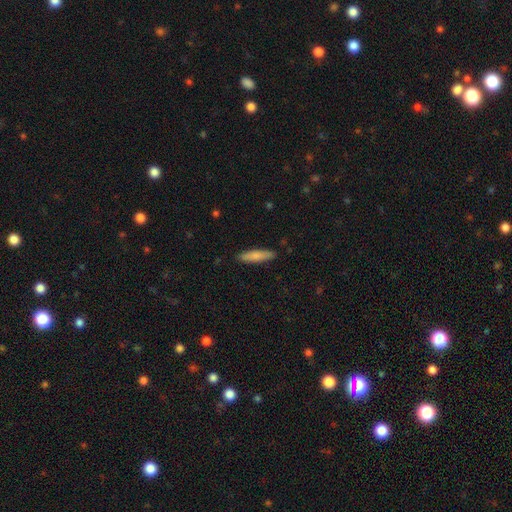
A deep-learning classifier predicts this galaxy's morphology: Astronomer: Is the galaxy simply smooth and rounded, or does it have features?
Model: smooth — 78%.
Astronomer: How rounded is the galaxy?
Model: cigar-shaped — 81%.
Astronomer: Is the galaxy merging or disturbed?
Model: none — 89%.